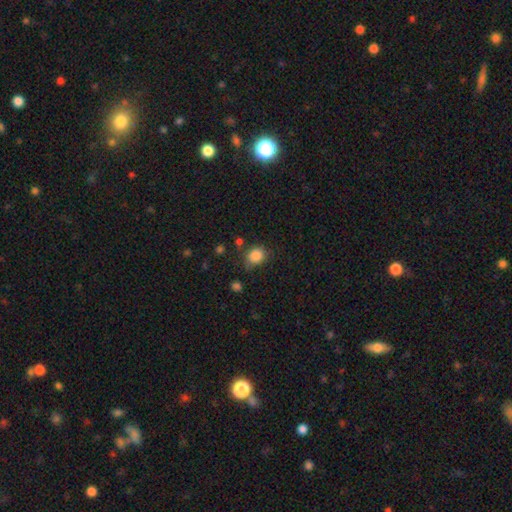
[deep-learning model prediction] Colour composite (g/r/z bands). It shows a smooth galaxy with no disk features (85%) that is round (65%). Merging: none (69%).